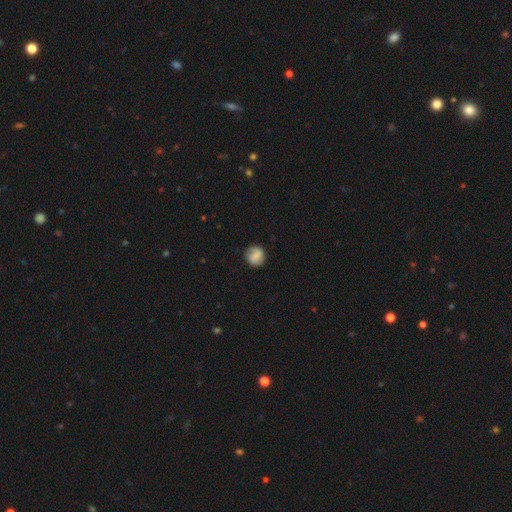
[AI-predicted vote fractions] smooth-or-featured: smooth: 70% | featured or disk: 22% | star or artifact: 8%
  how-rounded: round: 85% | in between: 14% | cigar-shaped: 1%
  merging: none: 84% | minor disturbance: 12% | major disturbance: 3% | merger: 1%